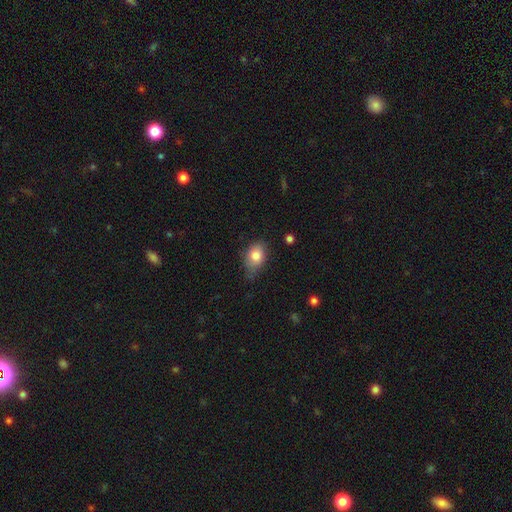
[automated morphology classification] Smooth or featured: smooth — 82% (featured or disk — 10%)
How rounded: in between — 75% (round — 23%)
Merging: none — 54% (minor disturbance — 35%)